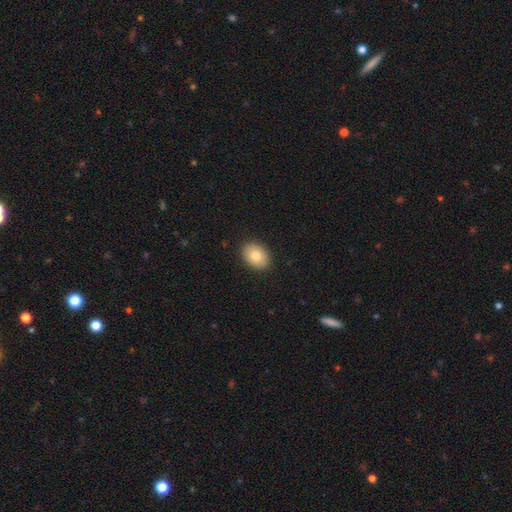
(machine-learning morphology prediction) Smooth or featured: smooth — 81% (featured or disk — 11%)
How rounded: in between — 67% (round — 32%)
Merging: none — 90% (minor disturbance — 7%)